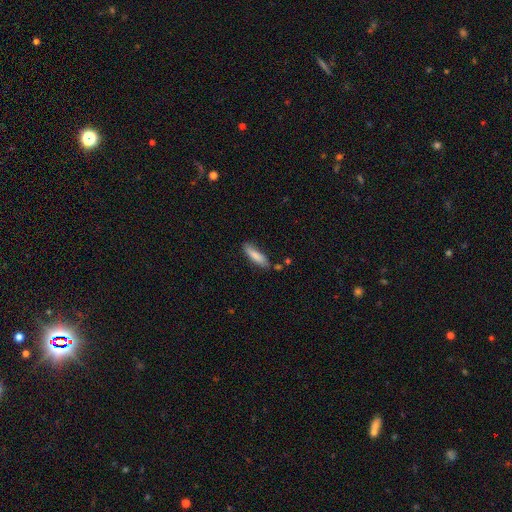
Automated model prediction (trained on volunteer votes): This is clearly a smooth galaxy (83%). How rounded: likely cigar-shaped (65%). Merging: likely none (75%).